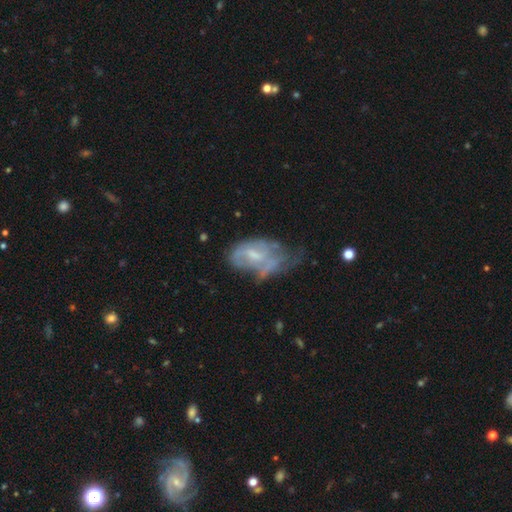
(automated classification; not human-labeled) Q: Smooth or featured?
A: featured or disk (58%); runner-up: smooth (33%)
Q: Edge-on disk?
A: no (95%); runner-up: yes (5%)
Q: Bar?
A: no (52%); runner-up: weak (41%)
Q: Spiral arms?
A: no (51%); runner-up: yes (49%)
Q: Bulge size?
A: small (41%); runner-up: moderate (36%)
Q: Merging?
A: major disturbance (36%); runner-up: minor disturbance (33%)